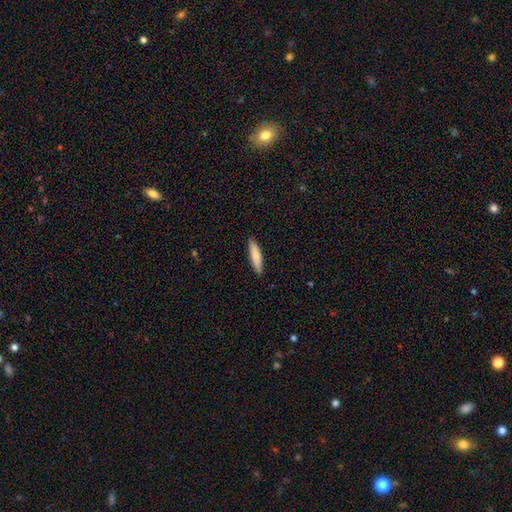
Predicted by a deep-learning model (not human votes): Smooth or featured?
  - smooth: 83% *
  - featured or disk: 12%
  - star or artifact: 5%
How rounded?
  - cigar-shaped: 80% *
  - in between: 18%
  - round: 1%
Merging?
  - none: 89% *
  - minor disturbance: 8%
  - major disturbance: 2%
  - merger: 1%